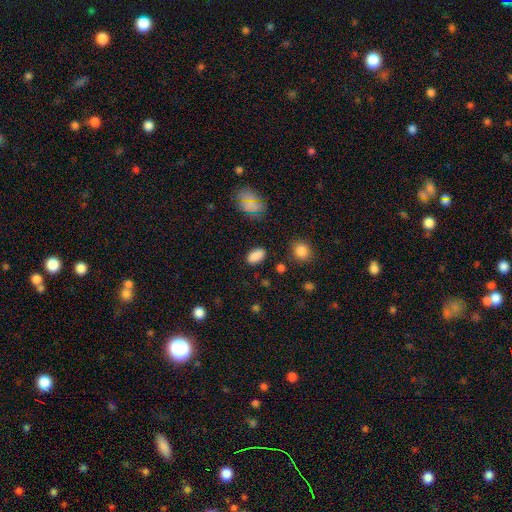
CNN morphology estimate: Smooth or featured?
  - smooth: 86% *
  - star or artifact: 10%
  - featured or disk: 4%
How rounded?
  - in between: 91% *
  - round: 7%
  - cigar-shaped: 2%
Merging?
  - none: 85% *
  - minor disturbance: 10%
  - major disturbance: 3%
  - merger: 2%